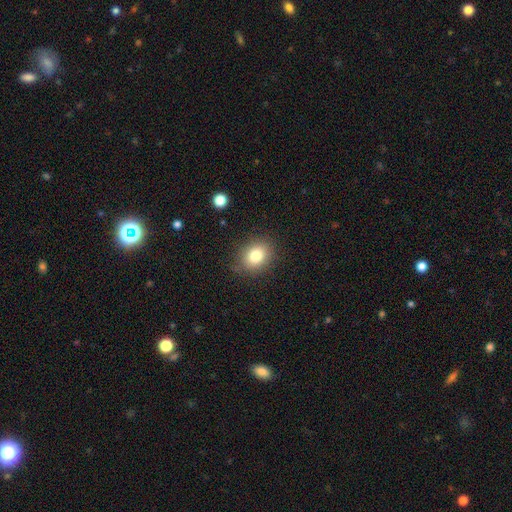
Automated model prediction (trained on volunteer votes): Q: Smooth or featured?
A: smooth (80%); runner-up: star or artifact (10%)
Q: How rounded?
A: in between (51%); runner-up: round (48%)
Q: Merging?
A: none (82%); runner-up: minor disturbance (13%)